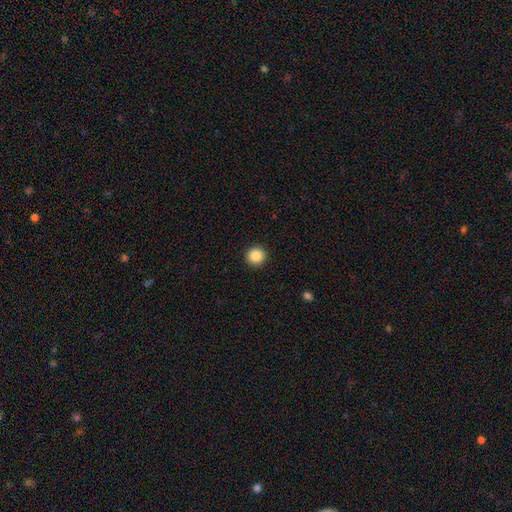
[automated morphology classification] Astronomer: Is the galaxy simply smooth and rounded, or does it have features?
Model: smooth — 88%.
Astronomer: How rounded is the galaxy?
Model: round — 95%.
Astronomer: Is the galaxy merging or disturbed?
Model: none — 93%.